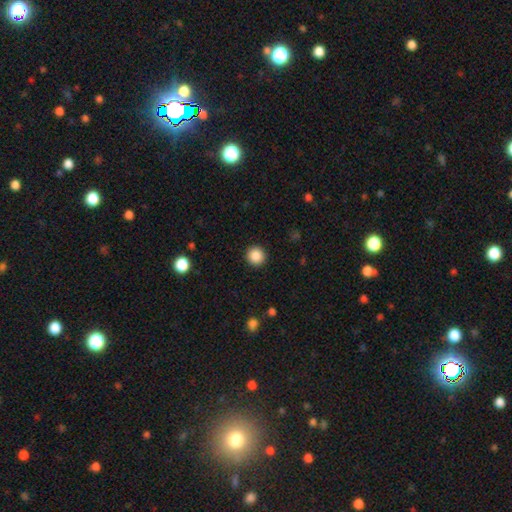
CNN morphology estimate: smooth-or-featured: smooth: 87% | star or artifact: 10% | featured or disk: 3%
  how-rounded: round: 94% | in between: 5% | cigar-shaped: 1%
  merging: none: 92% | minor disturbance: 5% | major disturbance: 2% | merger: 1%